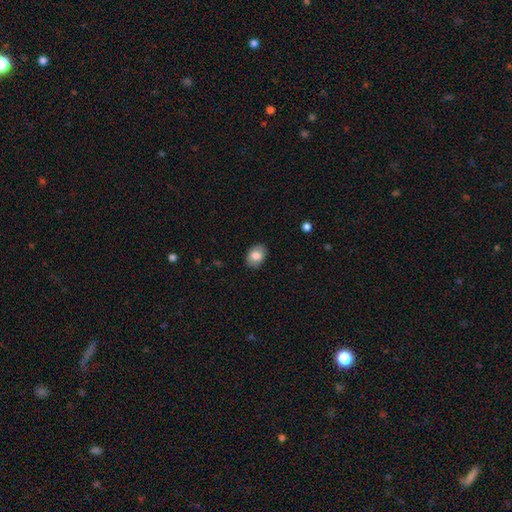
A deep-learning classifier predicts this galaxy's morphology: smooth_or_featured: smooth (p=0.80) [alt: featured or disk p=0.13]
how_rounded: in between (p=0.75) [alt: round p=0.24]
merging: none (p=0.85) [alt: minor disturbance p=0.11]